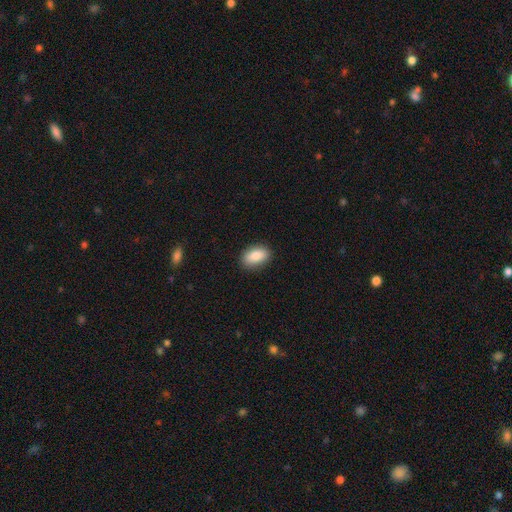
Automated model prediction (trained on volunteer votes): smooth_or_featured: smooth (p=0.86) [alt: featured or disk p=0.07]
how_rounded: in between (p=0.90) [alt: round p=0.08]
merging: none (p=0.88) [alt: minor disturbance p=0.09]